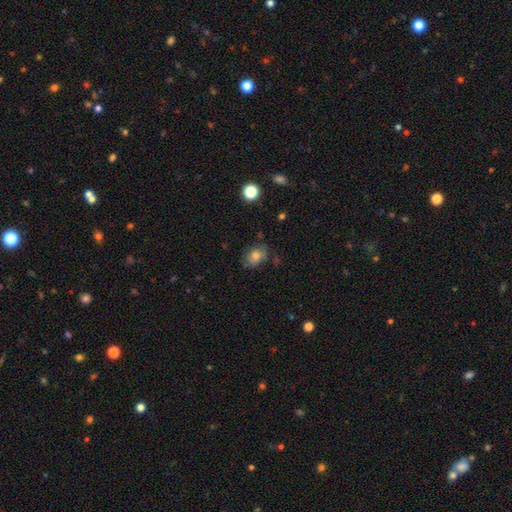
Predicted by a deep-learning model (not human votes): smooth-or-featured: smooth: 70% | featured or disk: 19% | star or artifact: 11%
  how-rounded: in between: 67% | round: 32% | cigar-shaped: 1%
  merging: none: 67% | minor disturbance: 23% | major disturbance: 7% | merger: 3%